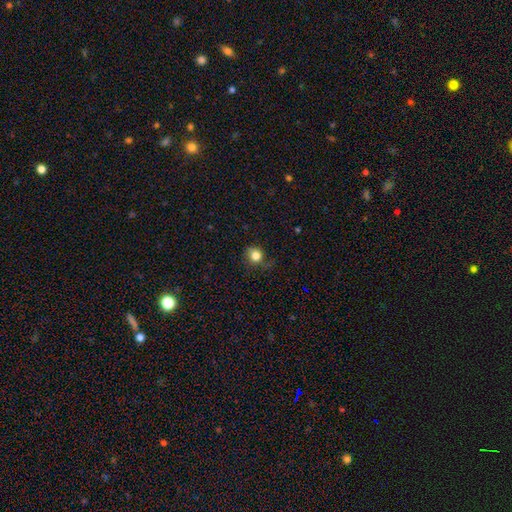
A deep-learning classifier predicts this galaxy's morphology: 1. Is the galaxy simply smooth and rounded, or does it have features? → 80% smooth, 11% star or artifact, 9% featured or disk.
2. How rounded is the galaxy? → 82% round, 17% in between, 1% cigar-shaped.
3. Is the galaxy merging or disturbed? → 64% none, 23% minor disturbance, 11% major disturbance, 1% merger.